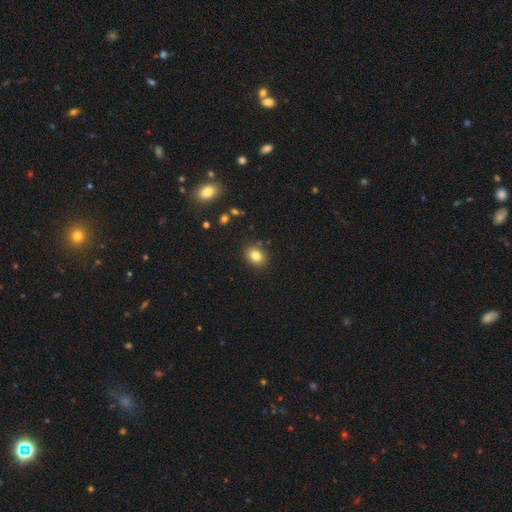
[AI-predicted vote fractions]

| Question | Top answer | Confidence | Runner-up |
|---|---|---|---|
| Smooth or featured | smooth | 82% | star or artifact (11%) |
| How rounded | in between | 51% | round (48%) |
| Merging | none | 85% | minor disturbance (10%) |